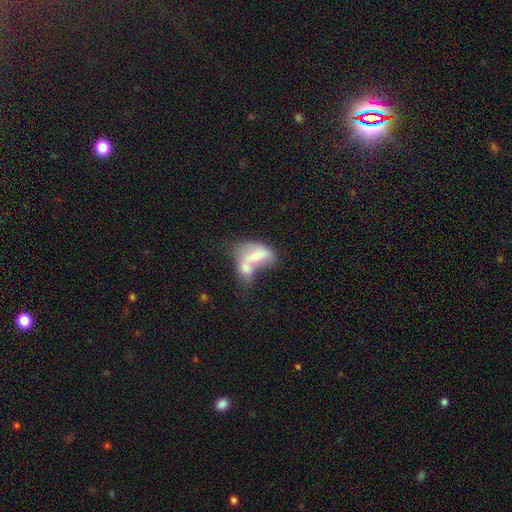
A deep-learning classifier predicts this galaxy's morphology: smooth_or_featured: smooth (p=0.60) [alt: featured or disk p=0.33]
how_rounded: in between (p=0.86) [alt: round p=0.08]
merging: merger (p=0.73) [alt: major disturbance p=0.11]